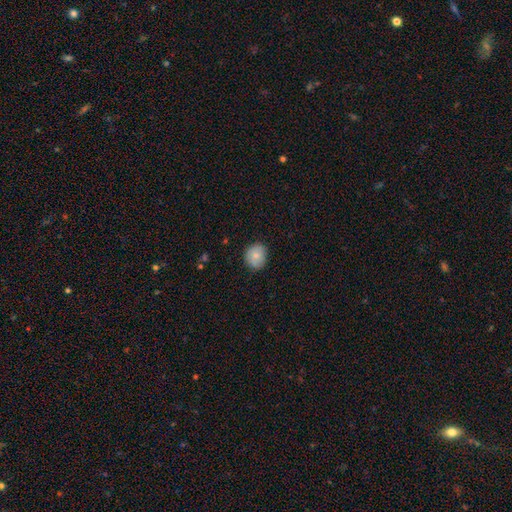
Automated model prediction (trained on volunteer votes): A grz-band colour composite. It shows a smooth galaxy with no disk features (80%) that is round (74%). Merging: none (81%).